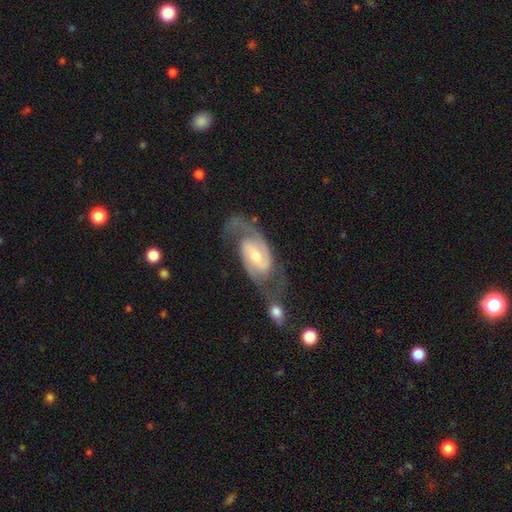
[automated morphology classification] Smooth or featured? featured or disk (87%)
Edge-on disk? no (96%)
Bar? weak (47%)
Spiral arms? yes (96%)
Spiral winding? medium (48%)
Spiral arm count? 2 (87%)
Bulge size? moderate (62%)
Merging? none (48%)